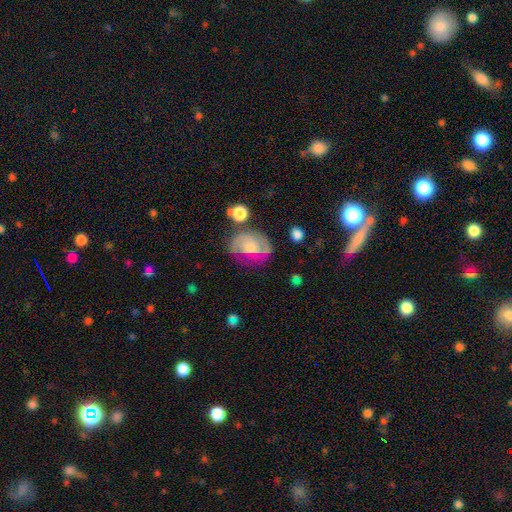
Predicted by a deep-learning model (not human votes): Smooth or featured? Predicted: featured or disk (p=0.52). Edge-on disk? Predicted: no (p=0.97). Bar? Predicted: no (p=0.70). Spiral arms? Predicted: yes (p=0.70). Bulge size? Predicted: small (p=0.44). Merging? Predicted: none (p=0.55).